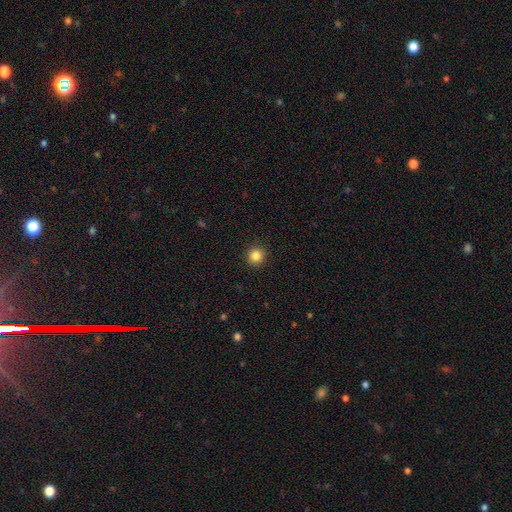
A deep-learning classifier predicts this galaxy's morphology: This is clearly a smooth galaxy (85%). How rounded: clearly round (94%). Merging: clearly none (92%).